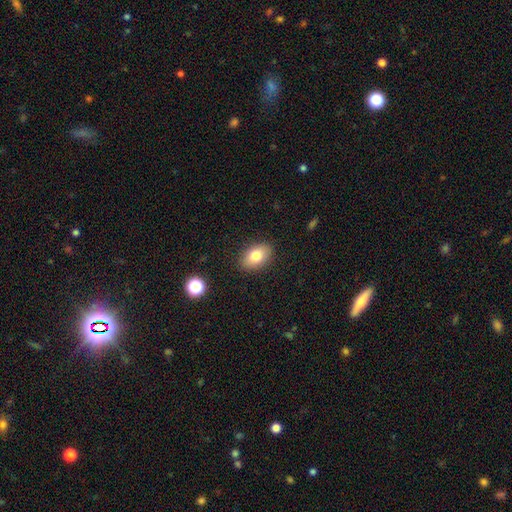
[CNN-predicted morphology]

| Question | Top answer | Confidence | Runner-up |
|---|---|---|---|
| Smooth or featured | smooth | 80% | featured or disk (12%) |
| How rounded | in between | 88% | round (11%) |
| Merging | none | 87% | minor disturbance (9%) |